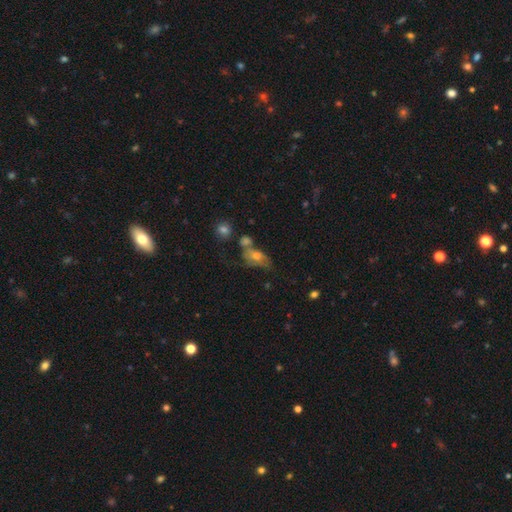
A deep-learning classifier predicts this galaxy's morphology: Q: Smooth or featured?
A: smooth (43%); runner-up: featured or disk (40%)
Q: Merging?
A: none (38%); runner-up: merger (25%)